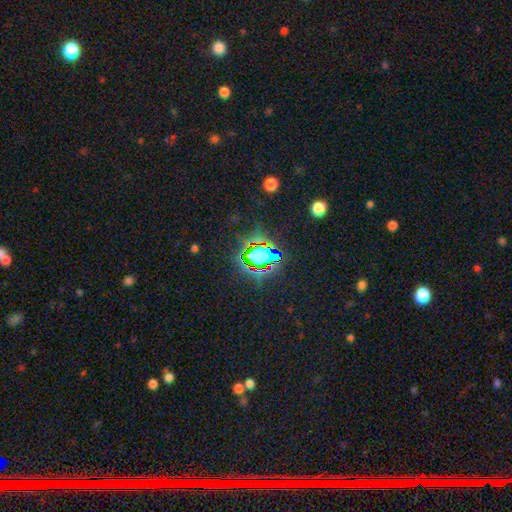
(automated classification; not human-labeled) A star or artifact, not a galaxy (71%).